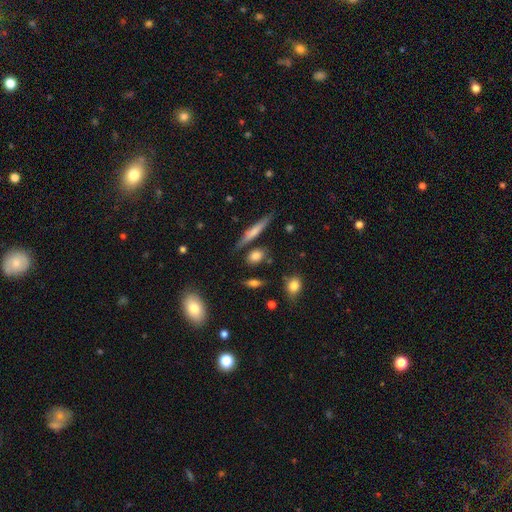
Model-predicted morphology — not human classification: Overall: smooth (73%). How rounded: in between (43%; cigar-shaped 40%). Merging: none (77%).